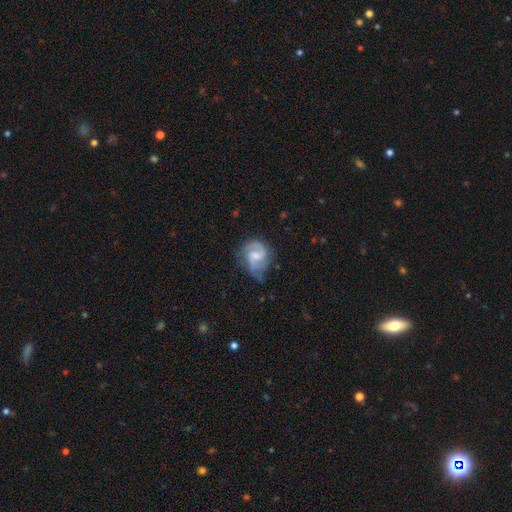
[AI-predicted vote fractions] Q: Smooth or featured?
A: featured or disk (78%); runner-up: smooth (16%)
Q: Edge-on disk?
A: no (98%); runner-up: yes (2%)
Q: Bar?
A: weak (54%); runner-up: no (36%)
Q: Spiral arms?
A: yes (95%); runner-up: no (5%)
Q: Spiral winding?
A: medium (52%); runner-up: tight (24%)
Q: Spiral arm count?
A: 2 (82%); runner-up: can't tell (7%)
Q: Bulge size?
A: moderate (44%); runner-up: small (40%)
Q: Merging?
A: none (55%); runner-up: minor disturbance (29%)